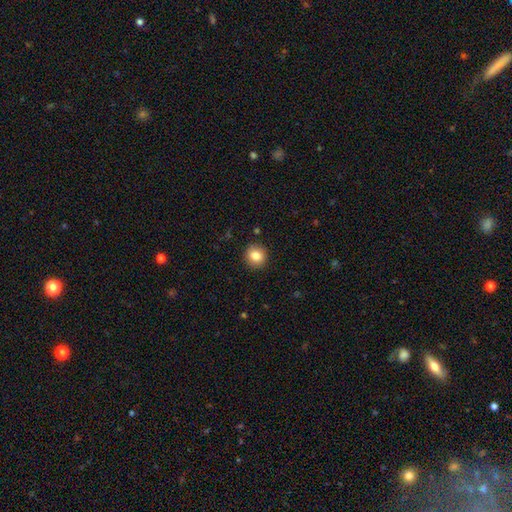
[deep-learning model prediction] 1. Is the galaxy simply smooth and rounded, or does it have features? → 83% smooth, 9% star or artifact, 7% featured or disk.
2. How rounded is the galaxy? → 89% round, 10% in between, 1% cigar-shaped.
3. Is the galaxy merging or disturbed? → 91% none, 6% minor disturbance, 2% major disturbance, 1% merger.